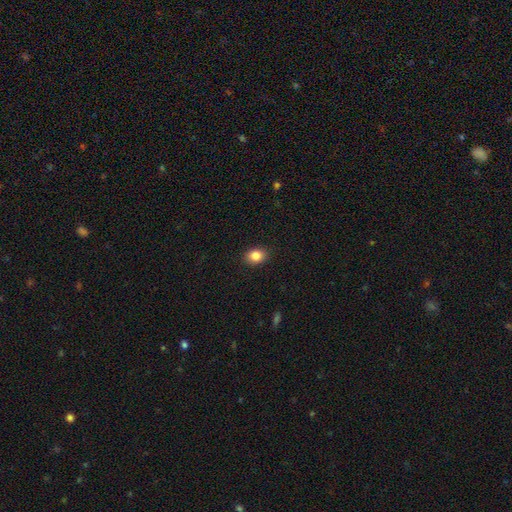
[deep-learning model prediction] Smooth or featured?
  - smooth: 85% *
  - star or artifact: 9%
  - featured or disk: 5%
How rounded?
  - in between: 60% *
  - round: 39%
  - cigar-shaped: 1%
Merging?
  - none: 90% *
  - minor disturbance: 7%
  - major disturbance: 2%
  - merger: 1%